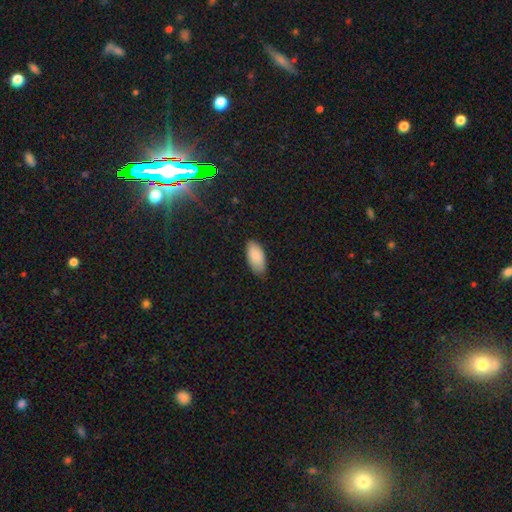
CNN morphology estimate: type=smooth (87%); roundness=in between (92%); merging=none (79%).